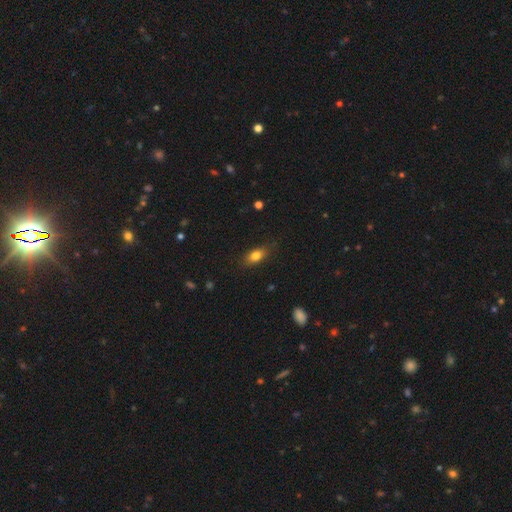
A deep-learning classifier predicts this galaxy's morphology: Overall: smooth (81%). How rounded: in between (80%). Merging: none (78%).